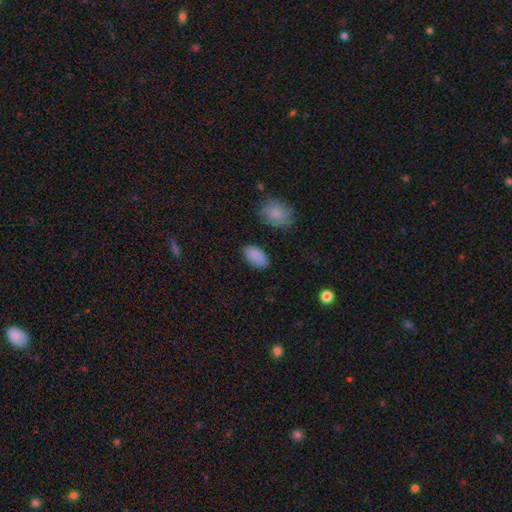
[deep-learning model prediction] smooth_or_featured: smooth (p=0.88) [alt: star or artifact p=0.07]
how_rounded: in between (p=0.94) [alt: round p=0.04]
merging: none (p=0.83) [alt: minor disturbance p=0.12]